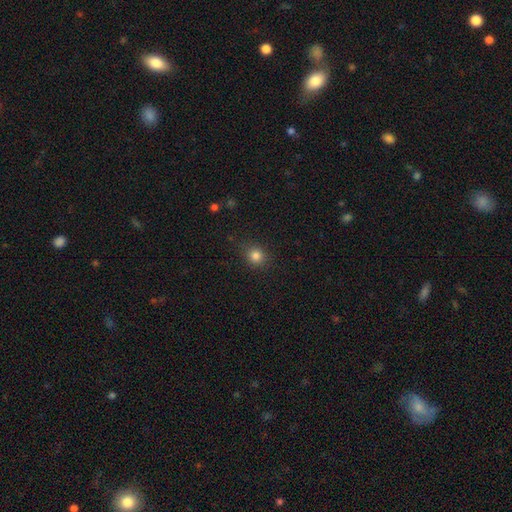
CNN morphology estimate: This is clearly a smooth galaxy (82%). How rounded: clearly round (84%). Merging: clearly none (87%).